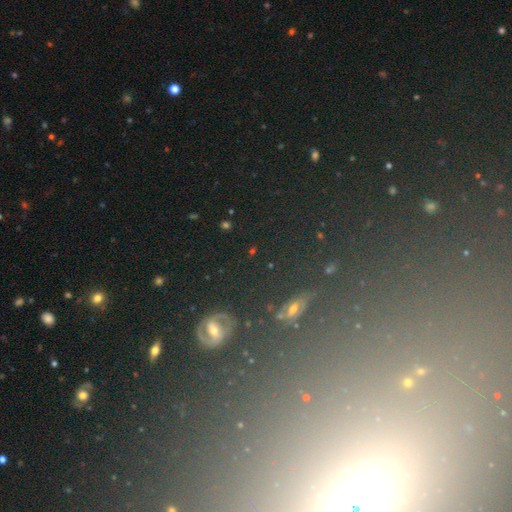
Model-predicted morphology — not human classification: Smooth or featured? star or artifact (65%)